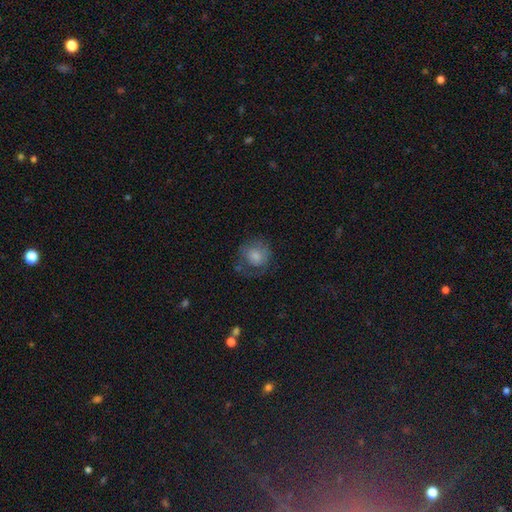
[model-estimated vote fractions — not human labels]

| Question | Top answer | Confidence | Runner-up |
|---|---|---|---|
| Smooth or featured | smooth | 69% | featured or disk (22%) |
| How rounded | round | 82% | in between (17%) |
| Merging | none | 51% | minor disturbance (24%) |